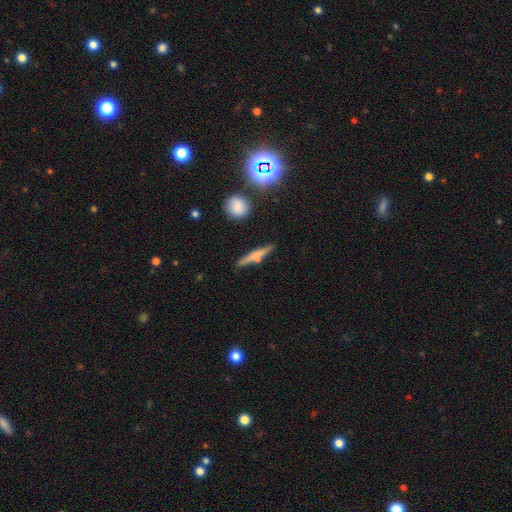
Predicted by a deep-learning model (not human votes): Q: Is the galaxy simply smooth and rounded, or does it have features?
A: smooth — 50%.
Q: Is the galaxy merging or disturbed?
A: none — 77%.